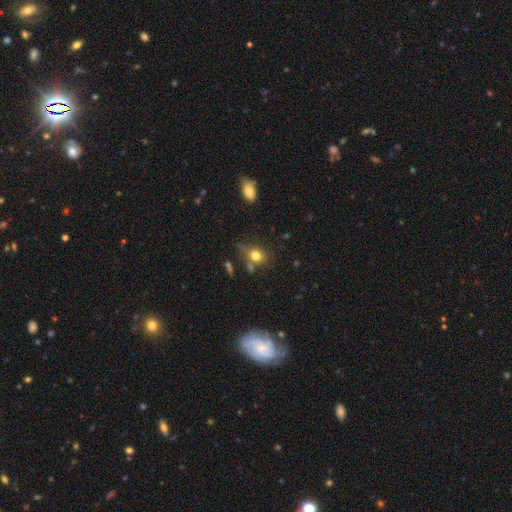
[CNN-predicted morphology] type=smooth (78%); roundness=in between (54%); merging=none (58%).